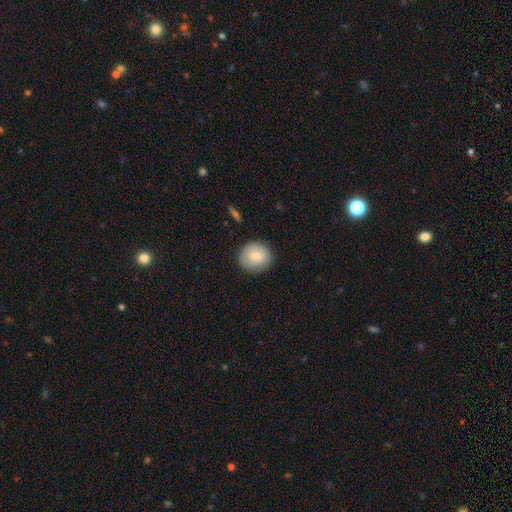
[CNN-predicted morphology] smooth-or-featured: smooth: 75% | featured or disk: 18% | star or artifact: 7%
  how-rounded: round: 83% | in between: 16% | cigar-shaped: 1%
  merging: none: 84% | minor disturbance: 12% | major disturbance: 3% | merger: 1%